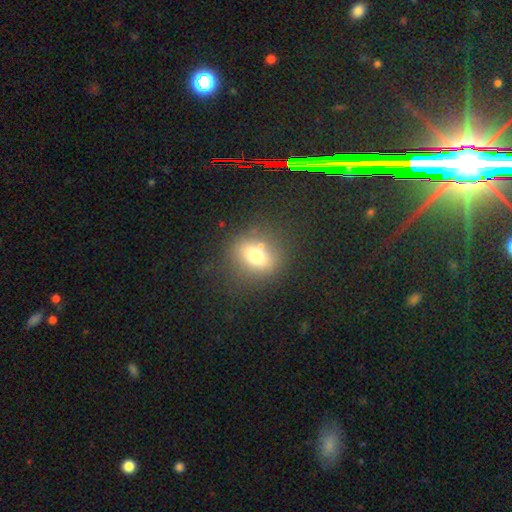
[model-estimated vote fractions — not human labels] smooth-or-featured: smooth: 70% | featured or disk: 16% | star or artifact: 14%
  how-rounded: round: 53% | in between: 45% | cigar-shaped: 2%
  merging: none: 74% | minor disturbance: 13% | merger: 8% | major disturbance: 6%